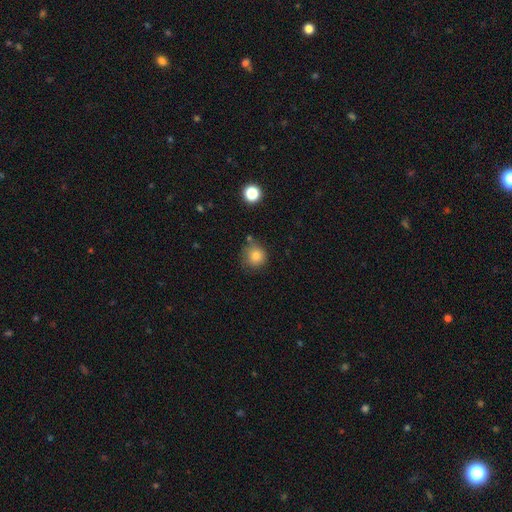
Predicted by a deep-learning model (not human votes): The model was most divided on "merging": none: 72%, minor disturbance: 18%, merger: 6%, major disturbance: 4%. More confident: how rounded — round (91%); smooth or featured — smooth (82%).